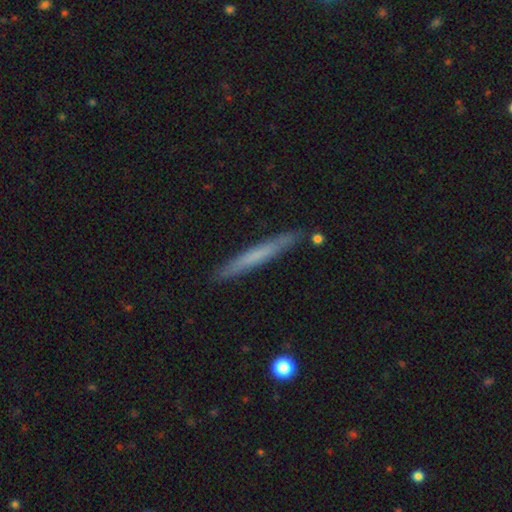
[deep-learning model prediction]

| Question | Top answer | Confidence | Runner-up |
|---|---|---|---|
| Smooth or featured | smooth | 57% | featured or disk (37%) |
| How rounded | cigar-shaped | 96% | in between (2%) |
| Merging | none | 88% | minor disturbance (8%) |